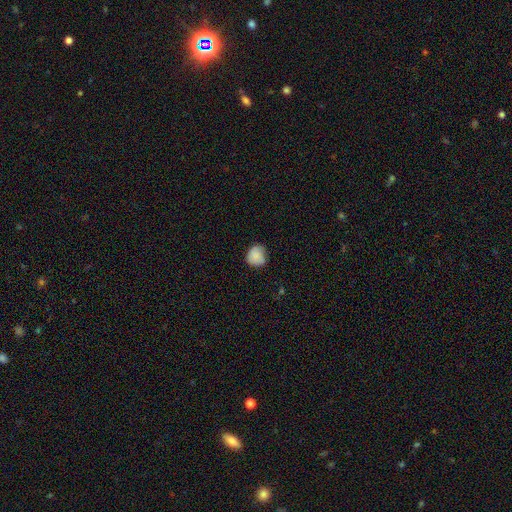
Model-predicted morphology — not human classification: Q: Smooth or featured?
A: smooth (81%); runner-up: featured or disk (10%)
Q: How rounded?
A: round (77%); runner-up: in between (22%)
Q: Merging?
A: none (65%); runner-up: minor disturbance (28%)